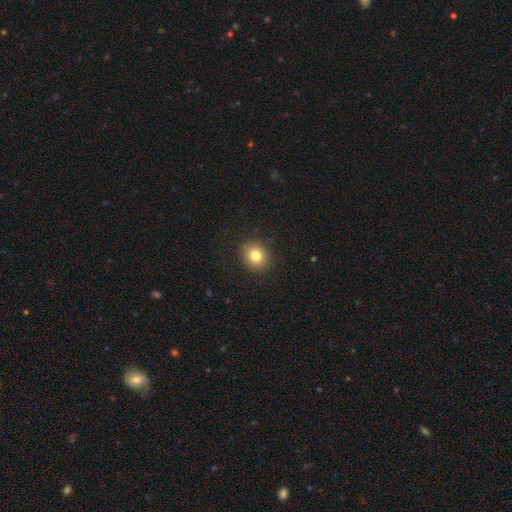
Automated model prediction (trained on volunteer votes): smooth_or_featured: smooth (p=0.81) [alt: star or artifact p=0.11]
how_rounded: round (p=0.77) [alt: in between p=0.22]
merging: none (p=0.90) [alt: minor disturbance p=0.07]